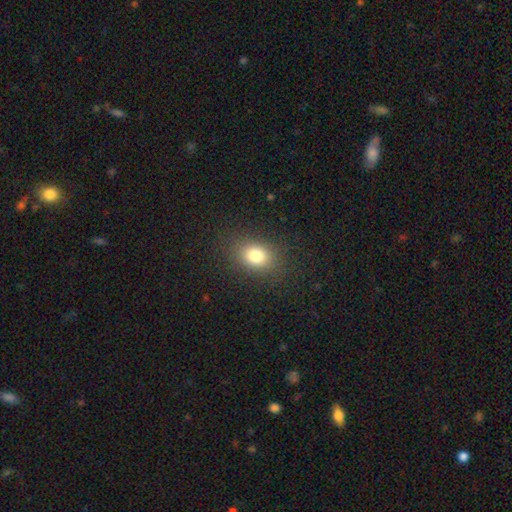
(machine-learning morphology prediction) A smooth galaxy with no disk features (79%) that is in between round and cigar-shaped (62%). Merging: none (86%).